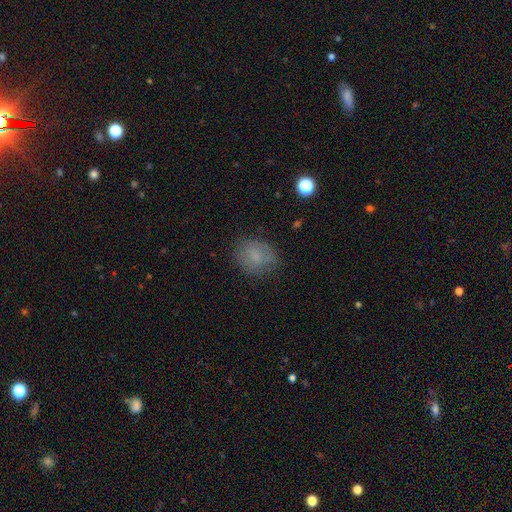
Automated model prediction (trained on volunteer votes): This is likely a smooth galaxy (73%). How rounded: possibly round (57%). Merging: likely none (71%).